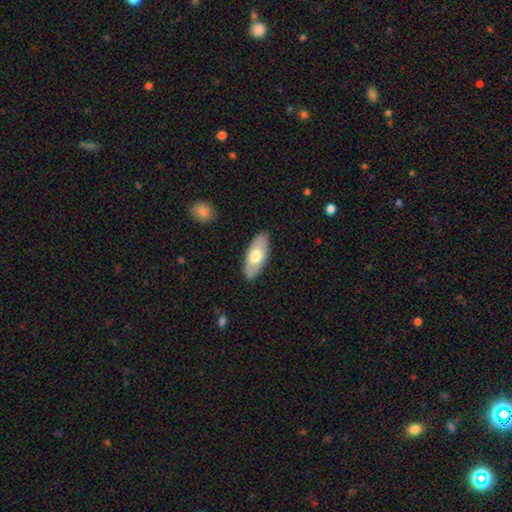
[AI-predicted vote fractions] smooth_or_featured: smooth (p=0.61) [alt: featured or disk p=0.34]
how_rounded: in between (p=0.87) [alt: cigar-shaped p=0.10]
merging: none (p=0.87) [alt: minor disturbance p=0.10]